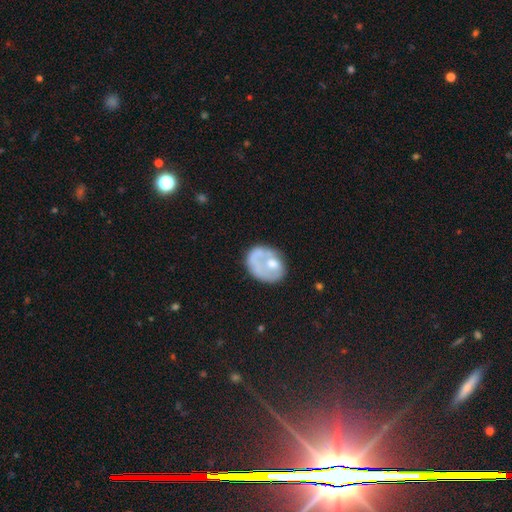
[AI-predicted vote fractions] smooth 46% (tied), featured or disk 46% (tied), star or artifact 7%. Down the decision tree: merging — none (40%).